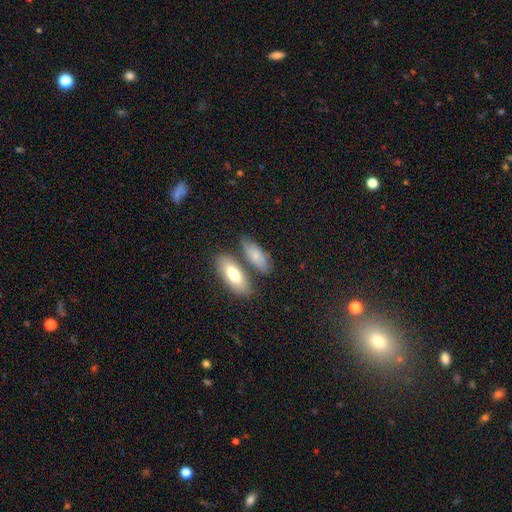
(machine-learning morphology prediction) Smooth or featured: smooth — 71% (featured or disk — 22%)
How rounded: in between — 75% (cigar-shaped — 22%)
Merging: none — 59% (merger — 19%)